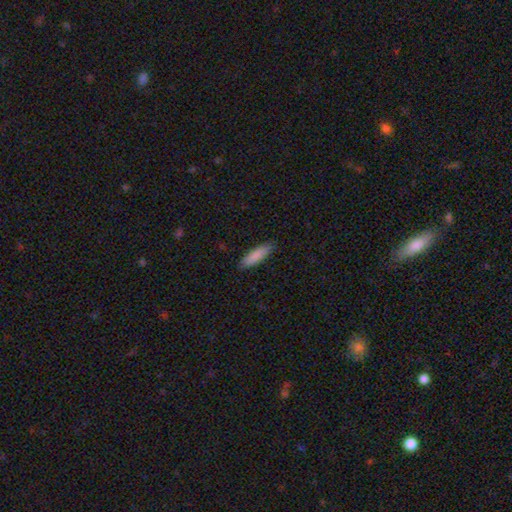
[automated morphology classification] Smooth or featured?
  - smooth: 86% *
  - featured or disk: 8%
  - star or artifact: 6%
How rounded?
  - cigar-shaped: 66% *
  - in between: 33%
  - round: 1%
Merging?
  - none: 86% *
  - minor disturbance: 11%
  - major disturbance: 2%
  - merger: 1%